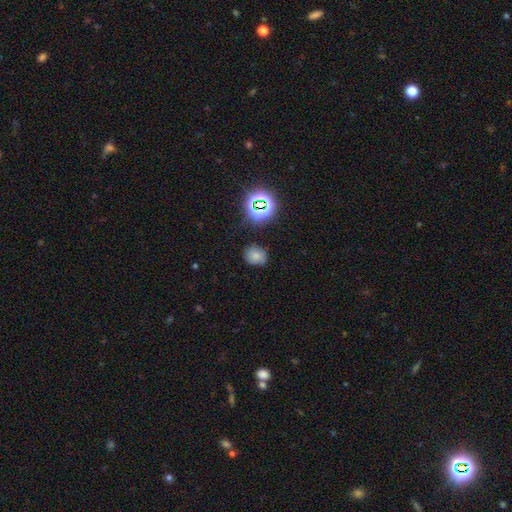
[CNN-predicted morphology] A smooth galaxy with no disk features (69%) that is round (61%). Merging: none (76%).